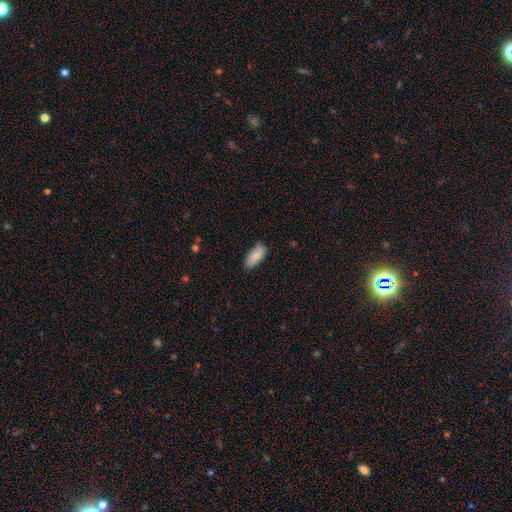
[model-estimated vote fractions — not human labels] Morphology: type=smooth (85%); roundness=in between (85%); merging=none (78%).